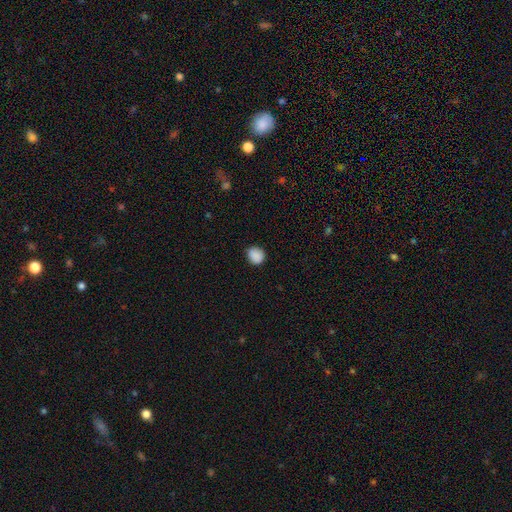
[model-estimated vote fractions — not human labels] smooth 89%, star or artifact 8%, featured or disk 3%. Down the decision tree: how rounded — round (75%); merging — none (85%).